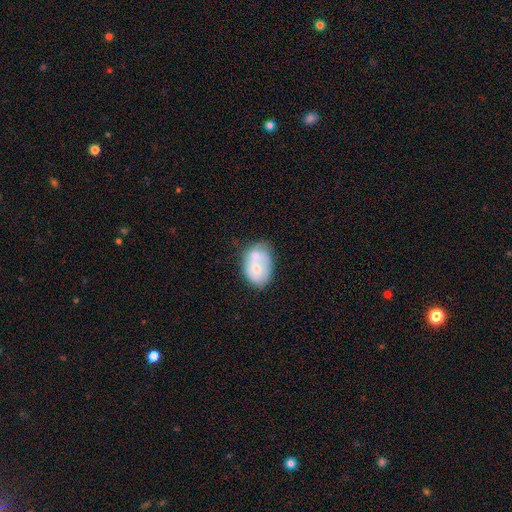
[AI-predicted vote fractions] A smooth galaxy with no disk features (55%) that is in between round and cigar-shaped (76%). Merging: merger (44%).